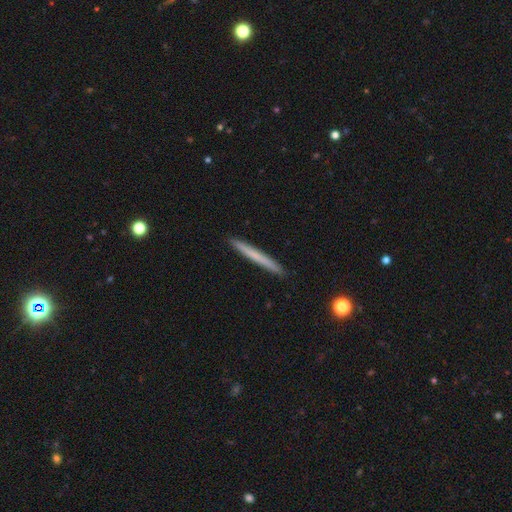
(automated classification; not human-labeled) A smooth galaxy with no disk features (63%) that is cigar-shaped (97%). Merging: none (93%).